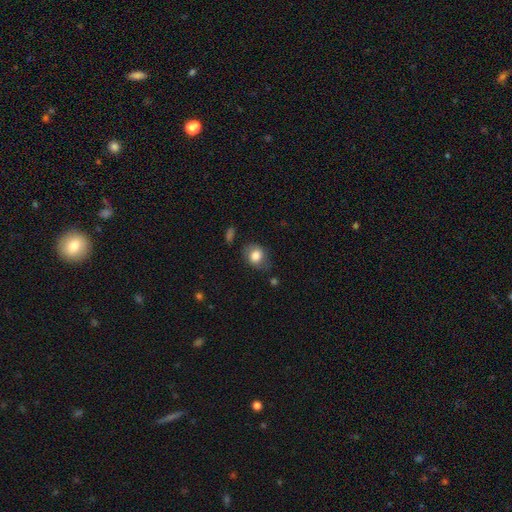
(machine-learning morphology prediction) A smooth galaxy with no disk features (79%) that is in between round and cigar-shaped (50%).

Vote fractions:
- Smooth or featured? smooth: 79% / featured or disk: 13% / star or artifact: 8%
- How rounded? in between: 50% / round: 49% / cigar-shaped: 1%
- Merging? none: 69% / minor disturbance: 22% / major disturbance: 7% / merger: 2%